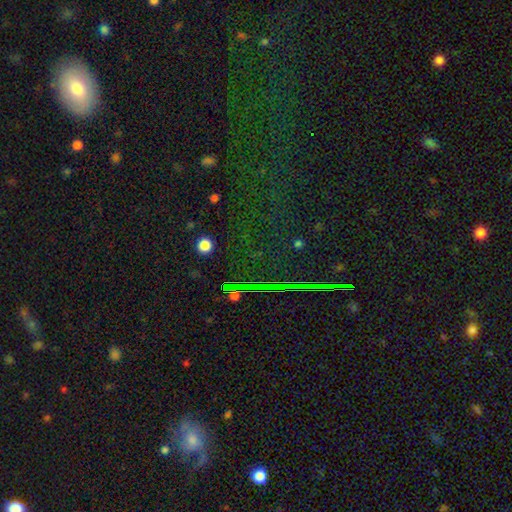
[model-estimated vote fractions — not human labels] A star or artifact, not a galaxy (80%).